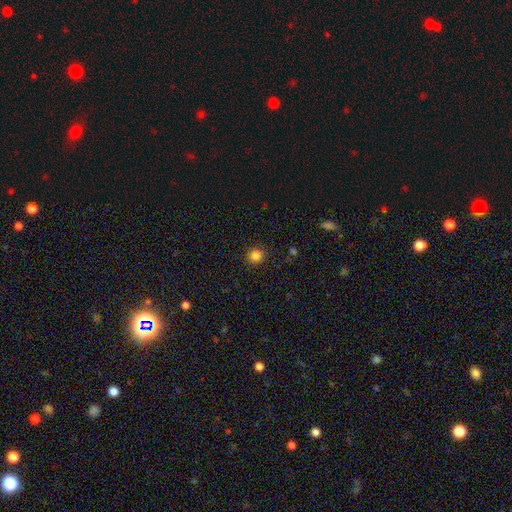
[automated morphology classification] The model was most divided on "smooth or featured": smooth: 84%, star or artifact: 12%, featured or disk: 4%. More confident: merging — none (90%); how rounded — round (89%).